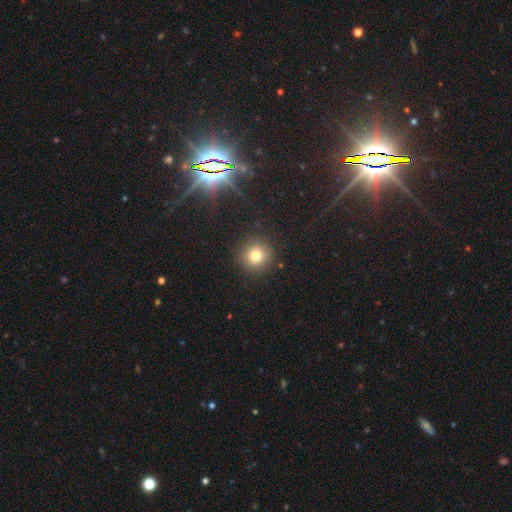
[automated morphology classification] Smooth or featured? Predicted: smooth (p=0.78). How rounded? Predicted: round (p=0.93). Merging? Predicted: none (p=0.90).